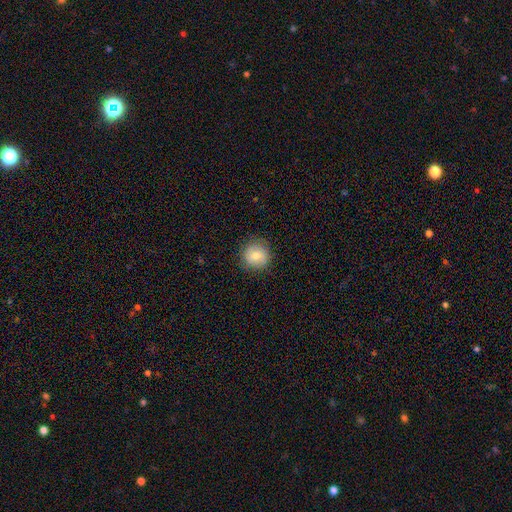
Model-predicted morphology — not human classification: smooth_or_featured: smooth (p=0.80) [alt: featured or disk p=0.12]
how_rounded: round (p=0.91) [alt: in between p=0.08]
merging: none (p=0.85) [alt: minor disturbance p=0.11]